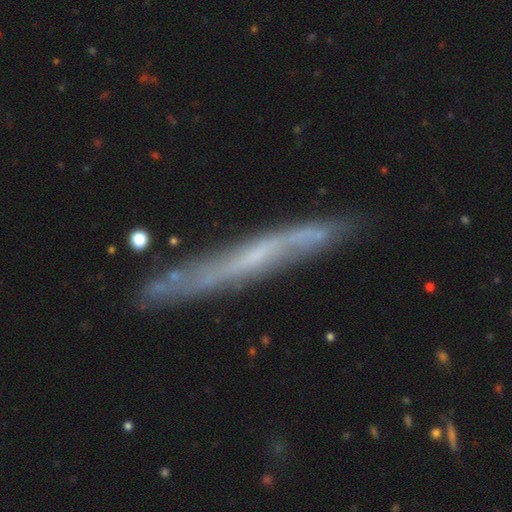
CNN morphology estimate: Smooth or featured? featured or disk (67%)
Edge-on disk? yes (79%)
Edge-on bulge? none (78%)
Merging? none (78%)